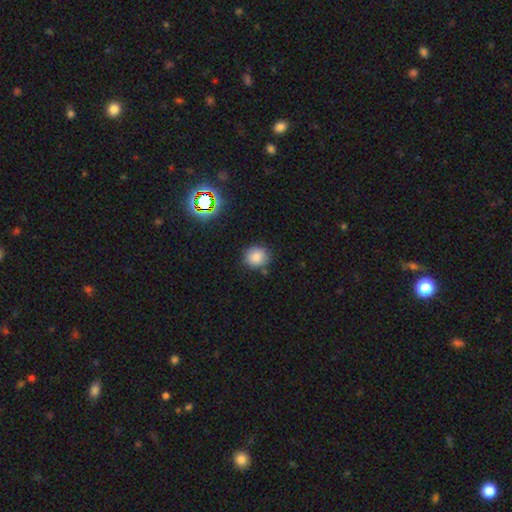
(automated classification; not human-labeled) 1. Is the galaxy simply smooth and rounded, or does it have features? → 81% smooth, 13% star or artifact, 6% featured or disk.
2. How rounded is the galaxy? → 81% round, 18% in between, 1% cigar-shaped.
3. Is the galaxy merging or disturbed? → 81% none, 12% minor disturbance, 4% merger, 3% major disturbance.